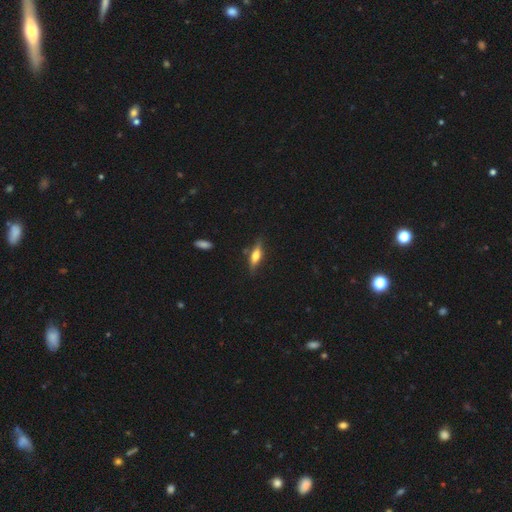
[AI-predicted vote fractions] smooth_or_featured: smooth (p=0.48) [alt: featured or disk p=0.45]
merging: none (p=0.78) [alt: minor disturbance p=0.15]